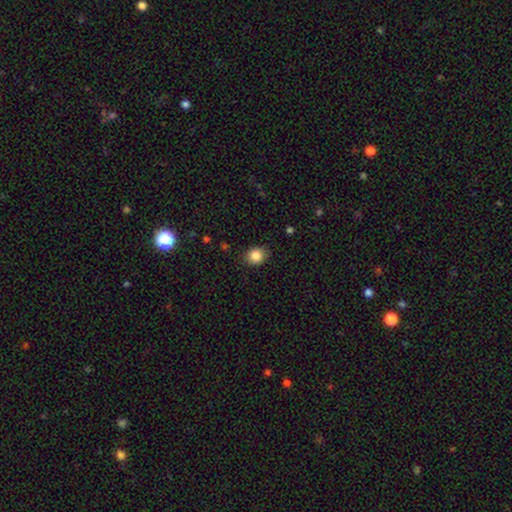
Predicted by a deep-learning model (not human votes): Overall: smooth (86%). How rounded: round (59%; in between 40%). Merging: none (83%).